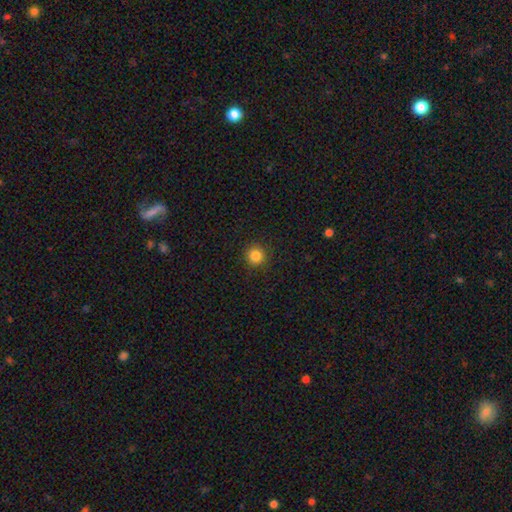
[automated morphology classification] This appears to be a smooth galaxy with no disk features (84%) that is round (95%). Merging: none (92%).